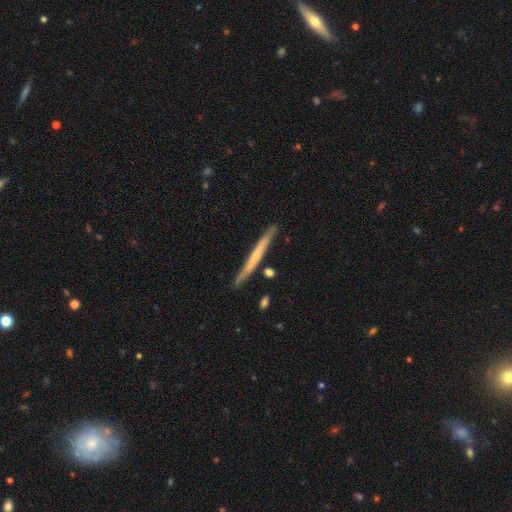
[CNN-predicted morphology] smooth_or_featured: featured or disk (p=0.50) [alt: smooth p=0.44]
disk_edge_on: yes (p=0.96) [alt: no p=0.04]
merging: none (p=0.86) [alt: minor disturbance p=0.09]